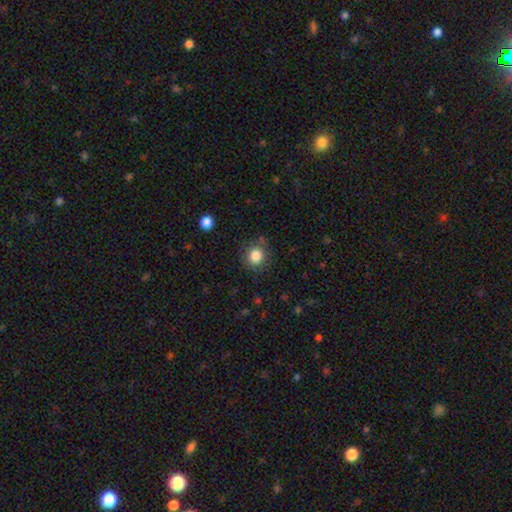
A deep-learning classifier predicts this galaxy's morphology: type=smooth (84%); roundness=round (87%); merging=none (81%).